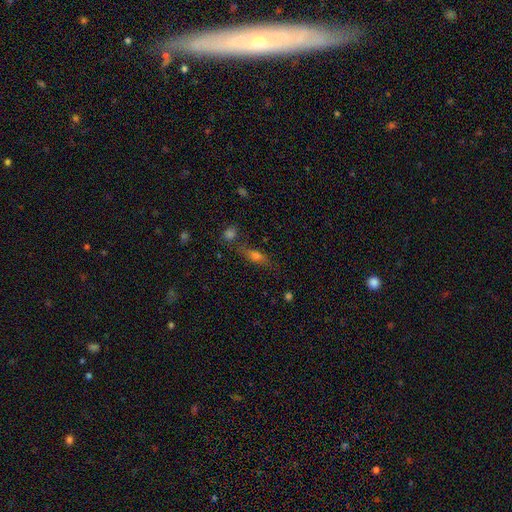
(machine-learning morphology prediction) Smooth or featured? smooth (55%)
How rounded? in between (53%)
Merging? none (64%)